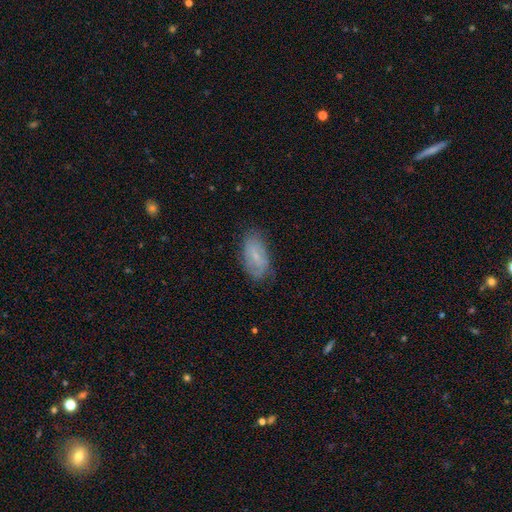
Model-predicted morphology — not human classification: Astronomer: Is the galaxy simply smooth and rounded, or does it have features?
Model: smooth — 55% (runner-up: featured or disk, 37%).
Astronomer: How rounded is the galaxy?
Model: in between — 92%.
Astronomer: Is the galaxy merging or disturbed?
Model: none — 71%.